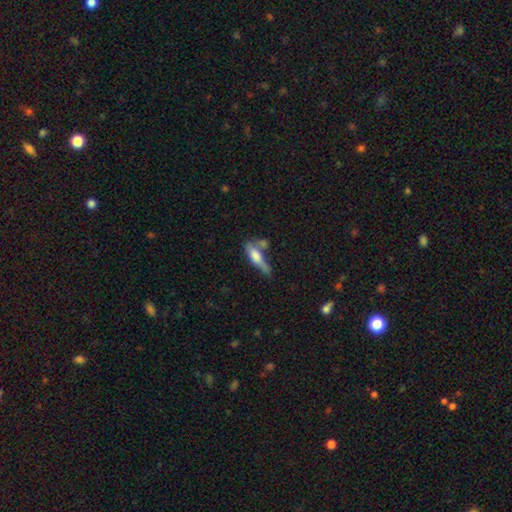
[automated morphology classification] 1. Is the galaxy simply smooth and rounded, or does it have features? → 57% smooth, 34% featured or disk, 8% star or artifact.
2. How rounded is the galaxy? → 51% cigar-shaped, 46% in between, 3% round.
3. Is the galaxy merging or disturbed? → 33% none, 27% merger, 23% minor disturbance, 17% major disturbance.